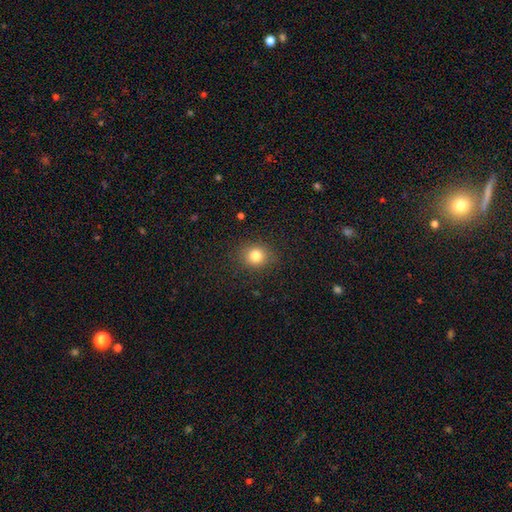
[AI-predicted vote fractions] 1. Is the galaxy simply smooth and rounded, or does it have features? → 82% smooth, 12% star or artifact, 6% featured or disk.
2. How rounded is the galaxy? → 78% round, 21% in between, 1% cigar-shaped.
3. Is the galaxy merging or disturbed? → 87% none, 9% minor disturbance, 3% major disturbance, 1% merger.